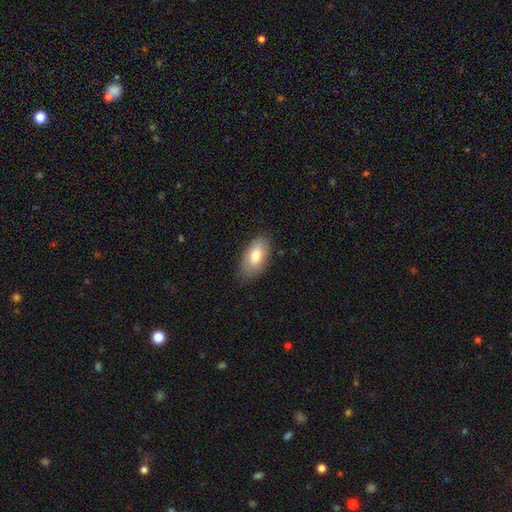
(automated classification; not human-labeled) A smooth galaxy with no disk features (77%) that is in between round and cigar-shaped (92%).

Vote fractions:
- Smooth or featured? smooth: 77% / featured or disk: 16% / star or artifact: 7%
- How rounded? in between: 92% / round: 4% / cigar-shaped: 3%
- Merging? none: 79% / minor disturbance: 16% / major disturbance: 3% / merger: 1%